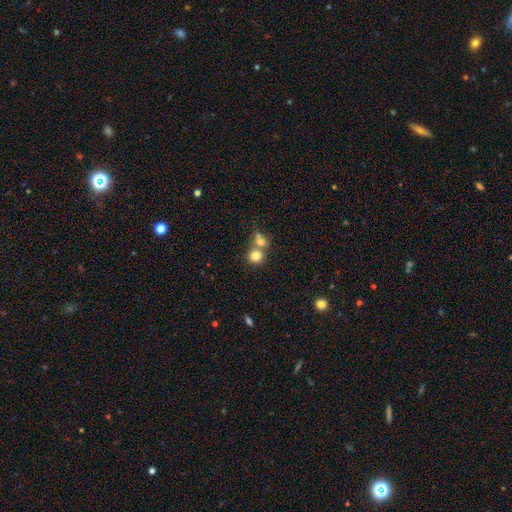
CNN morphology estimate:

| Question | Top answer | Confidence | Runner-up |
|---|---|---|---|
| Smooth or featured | smooth | 80% | star or artifact (11%) |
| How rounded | round | 81% | in between (18%) |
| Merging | merger | 48% | none (42%) |